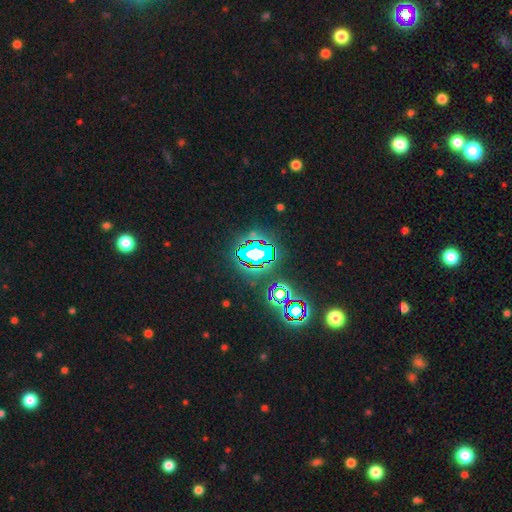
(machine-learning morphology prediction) type=star or artifact (75%).